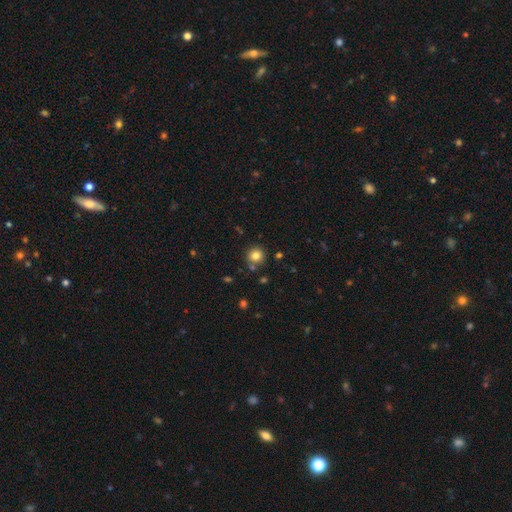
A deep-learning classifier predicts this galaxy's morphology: Overall: smooth (82%). How rounded: round (91%). Merging: none (82%).